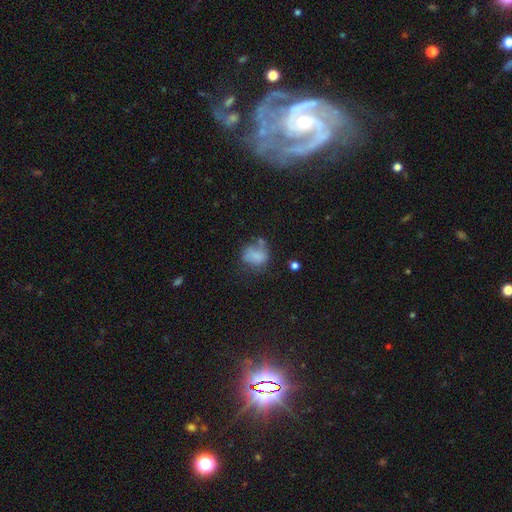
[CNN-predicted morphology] Smooth or featured? Predicted: smooth (p=0.71). How rounded? Predicted: round (p=0.50). Merging? Predicted: none (p=0.40).